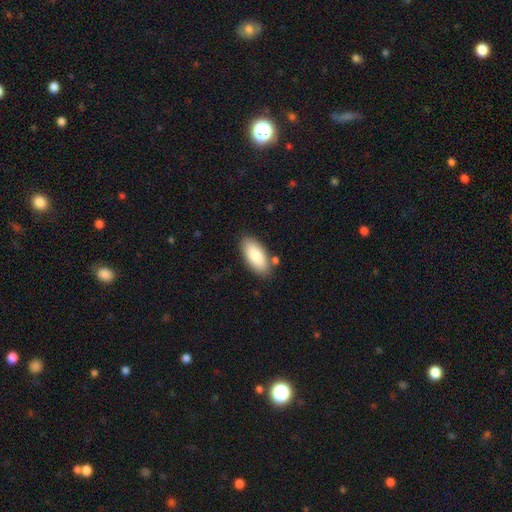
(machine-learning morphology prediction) The model was most divided on "merging": none: 81%, minor disturbance: 12%, merger: 5%, major disturbance: 3%. More confident: how rounded — in between (89%); smooth or featured — smooth (85%).